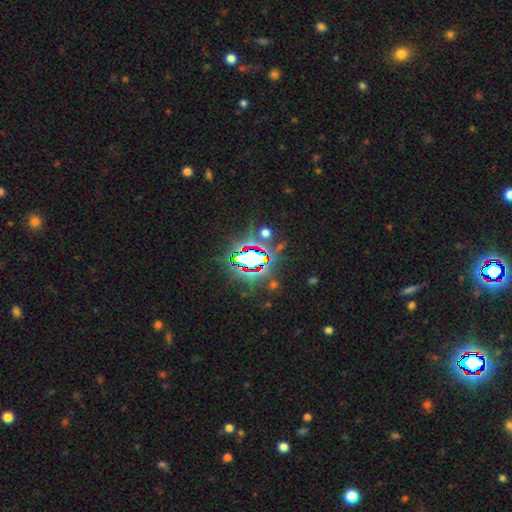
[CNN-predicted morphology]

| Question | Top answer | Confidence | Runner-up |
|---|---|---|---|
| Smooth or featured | star or artifact | 82% | smooth (10%) |